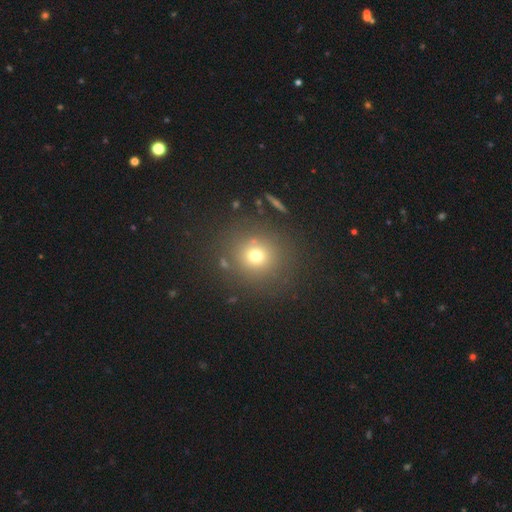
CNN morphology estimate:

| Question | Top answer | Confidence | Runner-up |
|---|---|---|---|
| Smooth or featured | smooth | 69% | star or artifact (19%) |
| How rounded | round | 88% | in between (11%) |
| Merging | none | 83% | minor disturbance (9%) |